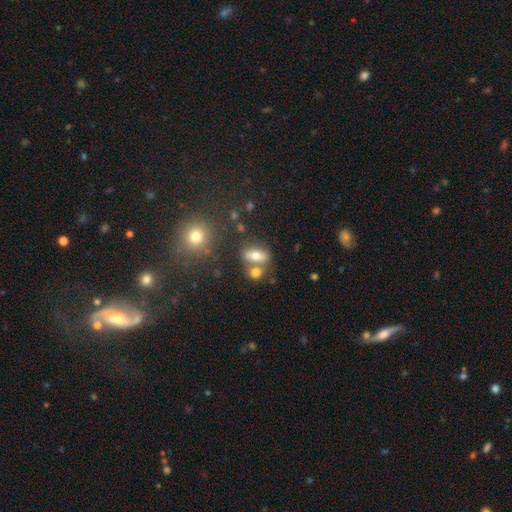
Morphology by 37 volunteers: smooth 59%, featured or disk 41%, star or artifact 0%. Down the decision tree: how rounded — in between (86%); merging — none (70%).